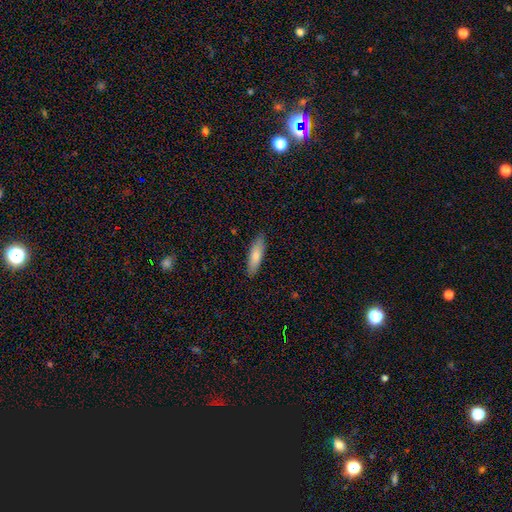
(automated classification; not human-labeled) Morphology: type=smooth (80%); roundness=cigar-shaped (59%); merging=none (87%).